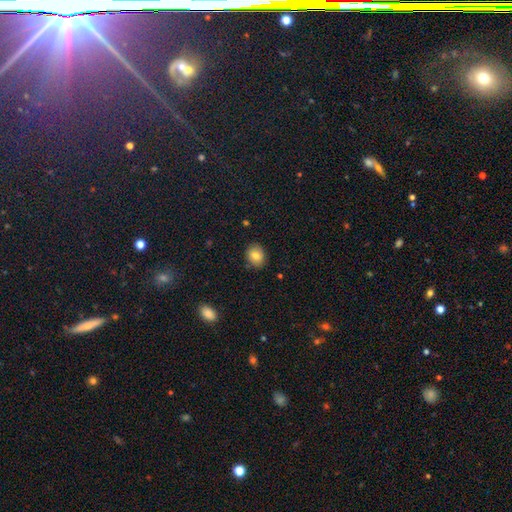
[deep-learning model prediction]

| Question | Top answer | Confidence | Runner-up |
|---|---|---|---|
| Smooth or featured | smooth | 79% | featured or disk (12%) |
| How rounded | round | 51% | in between (48%) |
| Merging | none | 85% | minor disturbance (11%) |